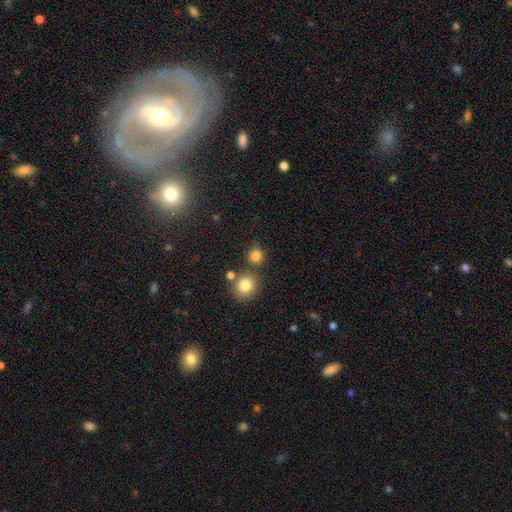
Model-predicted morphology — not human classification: smooth_or_featured: smooth (p=0.82) [alt: star or artifact p=0.13]
how_rounded: round (p=0.87) [alt: in between p=0.12]
merging: none (p=0.74) [alt: merger p=0.13]